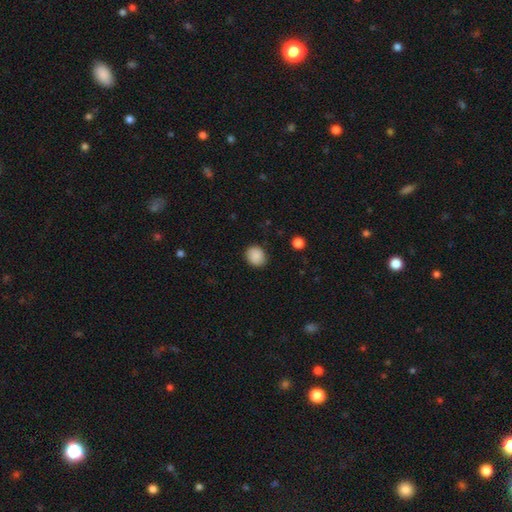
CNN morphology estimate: smooth_or_featured: smooth (p=0.89) [alt: star or artifact p=0.08]
how_rounded: round (p=0.72) [alt: in between p=0.27]
merging: none (p=0.88) [alt: minor disturbance p=0.08]